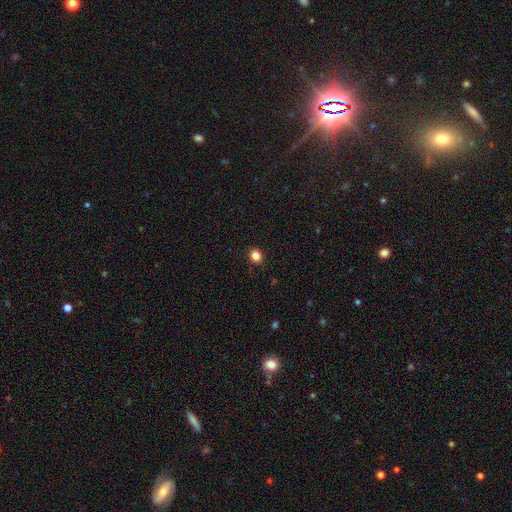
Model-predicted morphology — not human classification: Overall: smooth (84%). How rounded: round (69%; in between 30%). Merging: none (91%).